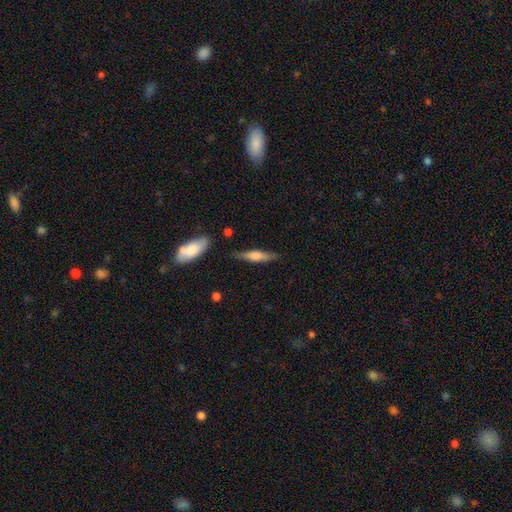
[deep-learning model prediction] The model was most divided on "smooth or featured": featured or disk: 49%, smooth: 45%, star or artifact: 6%. More confident: merging — none (81%).